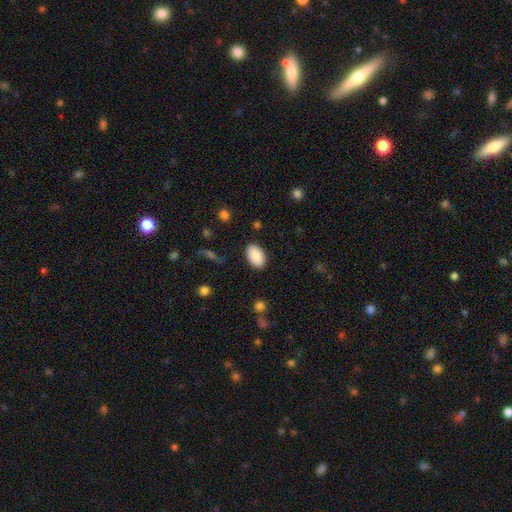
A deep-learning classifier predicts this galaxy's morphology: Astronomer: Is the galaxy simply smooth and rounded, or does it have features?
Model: smooth — 89%.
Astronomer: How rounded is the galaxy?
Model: in between — 94%.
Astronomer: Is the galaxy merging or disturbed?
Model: none — 87%.